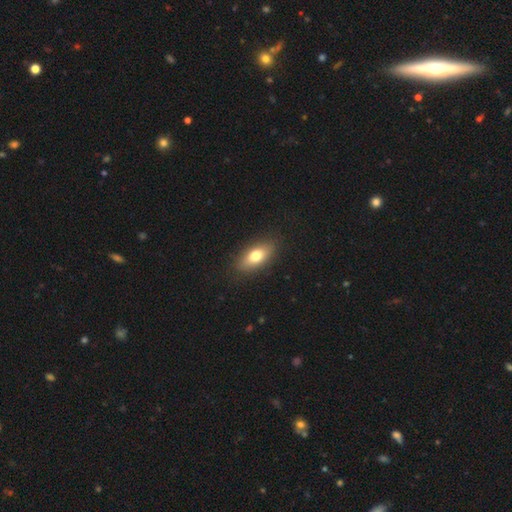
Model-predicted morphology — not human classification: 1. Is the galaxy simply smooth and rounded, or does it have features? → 74% smooth, 19% featured or disk, 7% star or artifact.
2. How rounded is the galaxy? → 83% in between, 11% cigar-shaped, 5% round.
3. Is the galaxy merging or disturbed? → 87% none, 9% minor disturbance, 2% major disturbance, 1% merger.